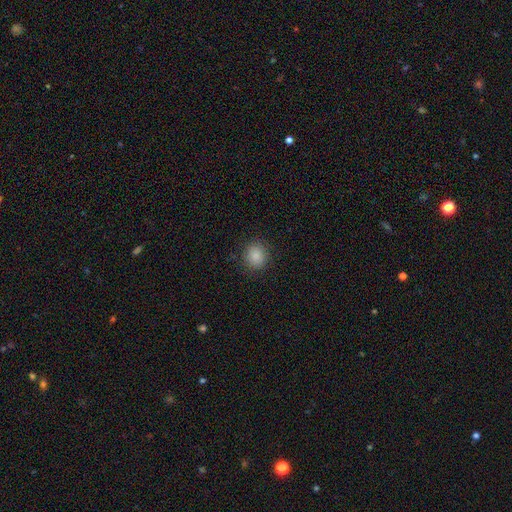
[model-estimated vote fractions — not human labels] Smooth or featured? Predicted: smooth (p=0.87). How rounded? Predicted: round (p=0.83). Merging? Predicted: none (p=0.88).